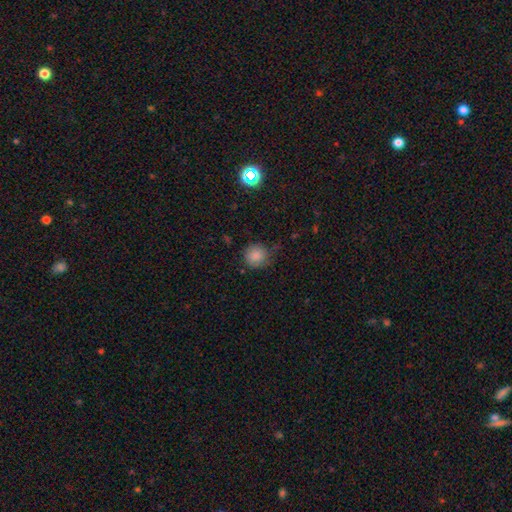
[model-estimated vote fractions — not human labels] smooth 84%, star or artifact 11%, featured or disk 5%. Down the decision tree: how rounded — round (91%); merging — none (77%).